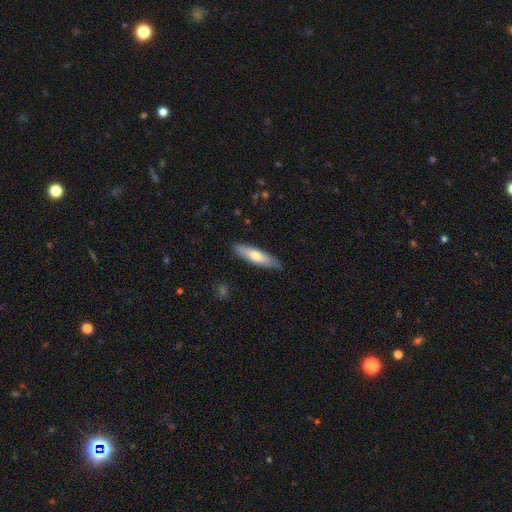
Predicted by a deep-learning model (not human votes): A smooth galaxy with no disk features (66%) that is cigar-shaped (67%). Merging: none (83%).